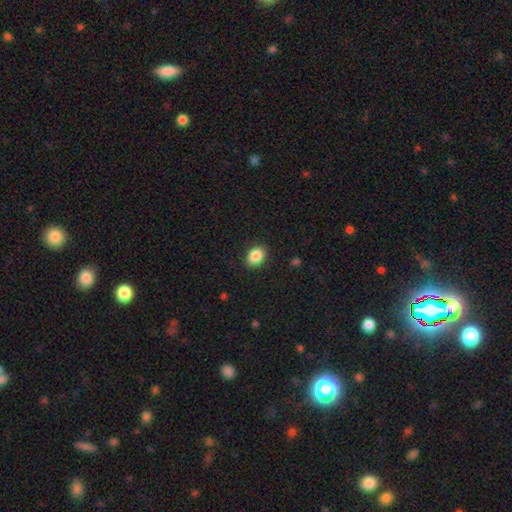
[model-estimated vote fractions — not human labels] smooth_or_featured: smooth (p=0.87) [alt: star or artifact p=0.09]
how_rounded: in between (p=0.62) [alt: round p=0.37]
merging: none (p=0.88) [alt: minor disturbance p=0.09]